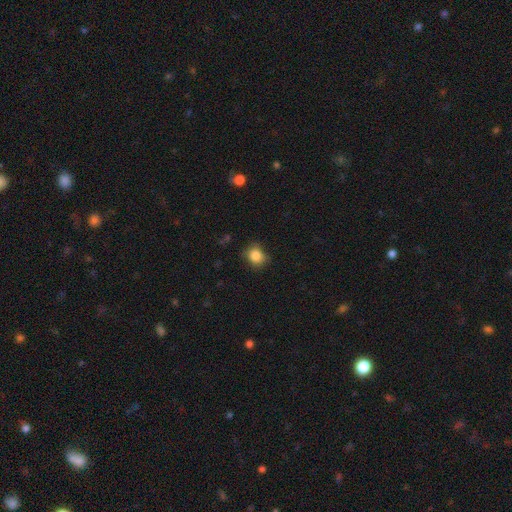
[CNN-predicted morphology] The model was most divided on "how rounded": round: 72%, in between: 27%, cigar-shaped: 1%. More confident: smooth or featured — smooth (85%); merging — none (78%).